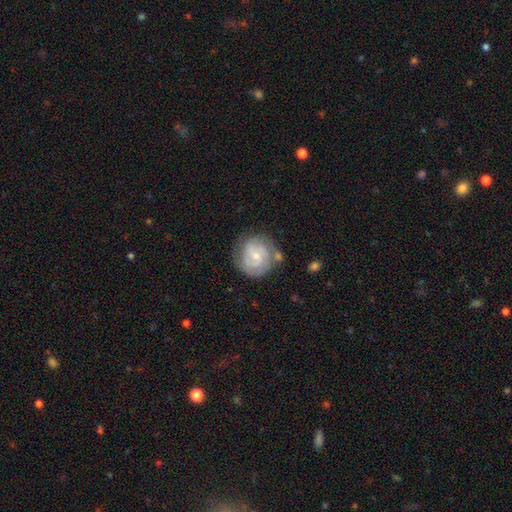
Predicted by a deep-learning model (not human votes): A featured or disk galaxy (64%) with no bar (53%), 2 (47%) tight (56%) spiral arms (90%) and a small central bulge (66%).

Vote fractions:
- Smooth or featured? featured or disk: 64% / smooth: 30% / star or artifact: 6%
- Edge-on disk? no: 98% / yes: 2%
- Bar? no: 53% / weak: 41% / strong: 6%
- Spiral arms? yes: 90% / no: 10%
- Spiral winding? tight: 56% / medium: 34% / loose: 10%
- Spiral arm count? 2: 47% / can't tell: 27% / 3: 16% / 1: 4% / 4: 4% / more than 4: 3%
- Bulge size? small: 66% / moderate: 28% / none: 3% / large: 2% / dominant: 1%
- Merging? none: 68% / minor disturbance: 18% / merger: 7% / major disturbance: 7%